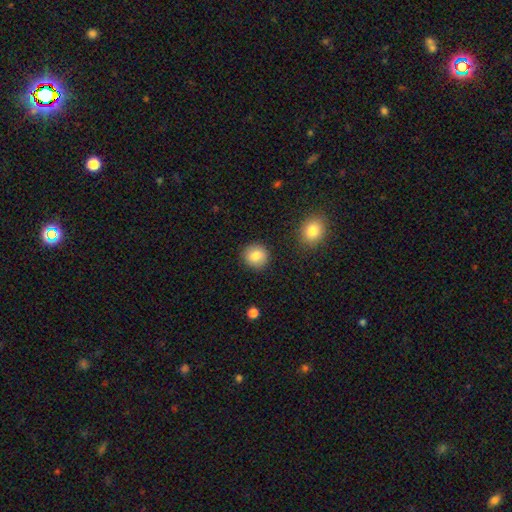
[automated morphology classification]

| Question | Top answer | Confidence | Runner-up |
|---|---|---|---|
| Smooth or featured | smooth | 84% | star or artifact (9%) |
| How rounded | round | 90% | in between (9%) |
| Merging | none | 90% | minor disturbance (7%) |